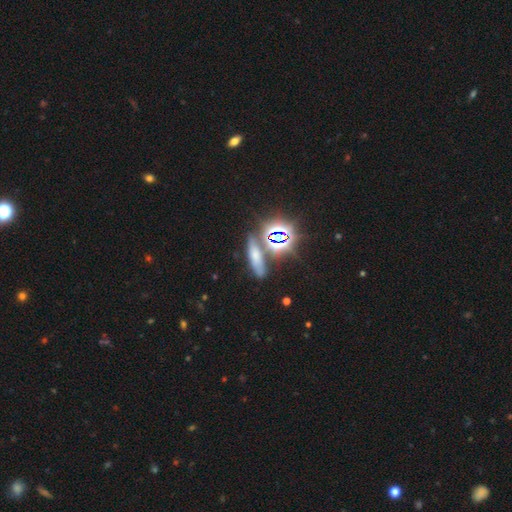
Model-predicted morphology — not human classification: smooth-or-featured: smooth: 48% | star or artifact: 36% | featured or disk: 16%
  merging: none: 69% | merger: 14% | minor disturbance: 12% | major disturbance: 5%